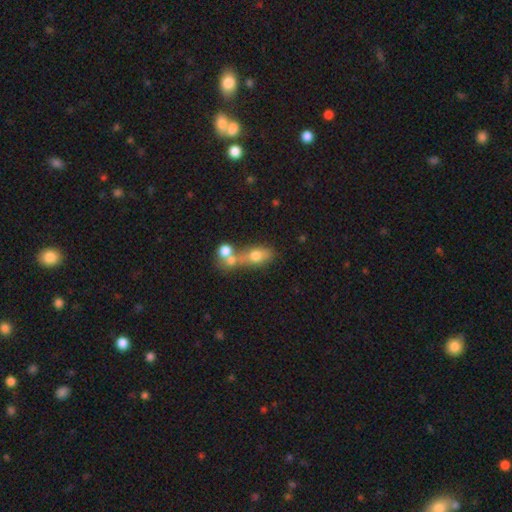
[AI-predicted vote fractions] smooth 64%, featured or disk 24%, star or artifact 11%. Down the decision tree: how rounded — in between (65%); merging — merger (49%).